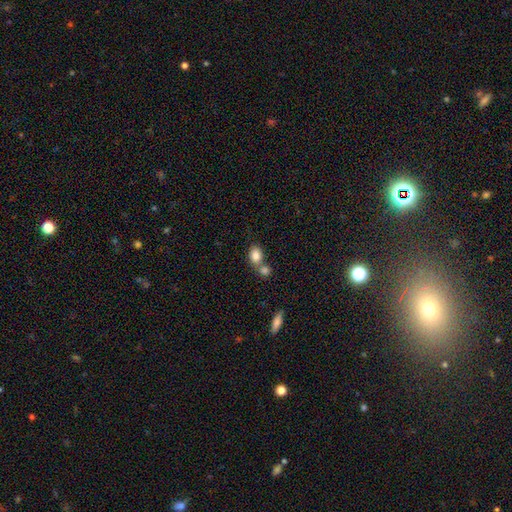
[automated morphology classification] This is clearly a smooth galaxy (83%). How rounded: likely in between (69%). Merging: possibly merger (46%).